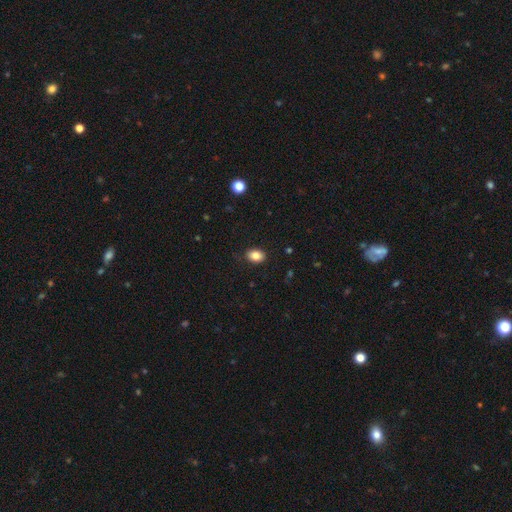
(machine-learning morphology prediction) A smooth galaxy with no disk features (84%) that is in between round and cigar-shaped (76%). Merging: none (87%).